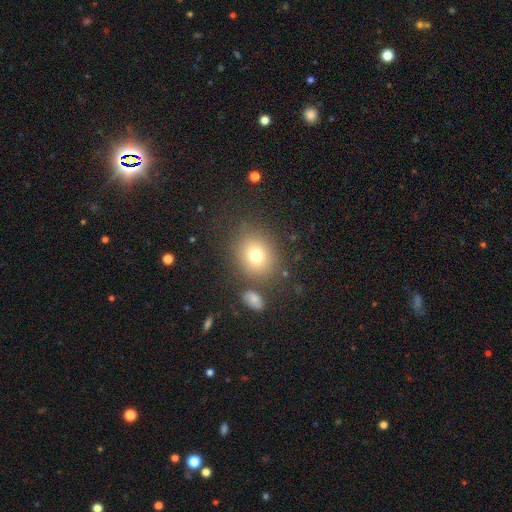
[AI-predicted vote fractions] Overall: smooth (74%). How rounded: round (69%; in between 30%). Merging: none (78%).